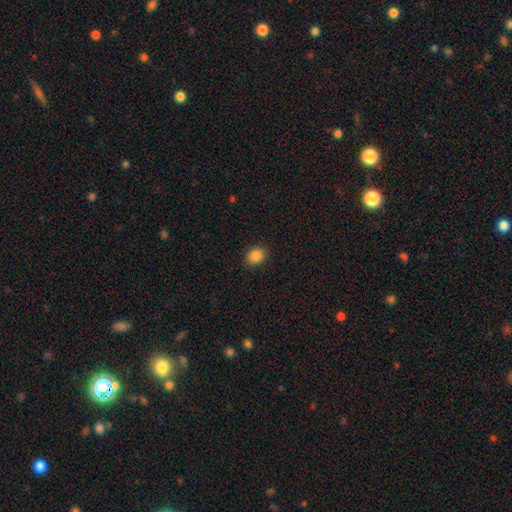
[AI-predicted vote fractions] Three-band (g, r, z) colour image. It shows a smooth galaxy with no disk features (86%) that is in between round and cigar-shaped (56%). Merging: none (89%).